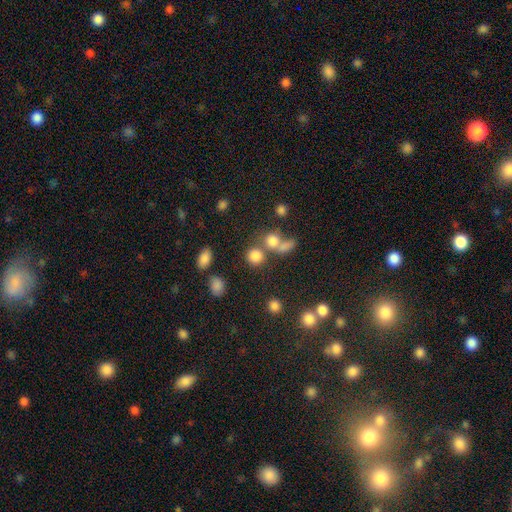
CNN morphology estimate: This is likely a smooth galaxy (79%). How rounded: clearly round (85%). Merging: possibly none (54%).